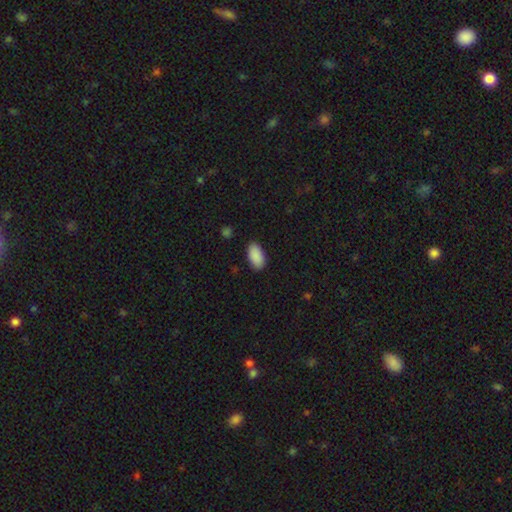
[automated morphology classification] A smooth galaxy with no disk features (91%) that is in between round and cigar-shaped (95%). Merging: none (87%).